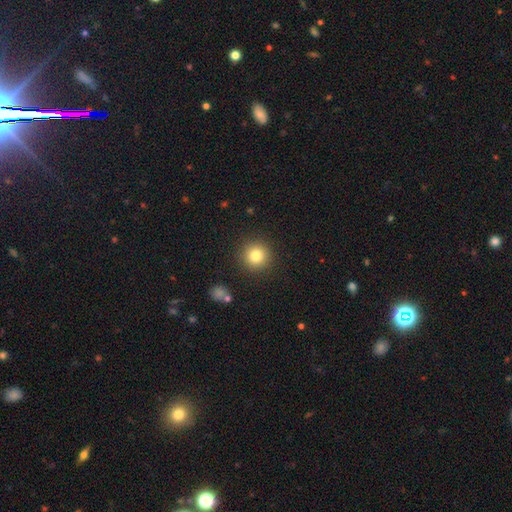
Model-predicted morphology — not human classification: This is clearly a smooth galaxy (80%). How rounded: clearly round (95%). Merging: clearly none (90%).